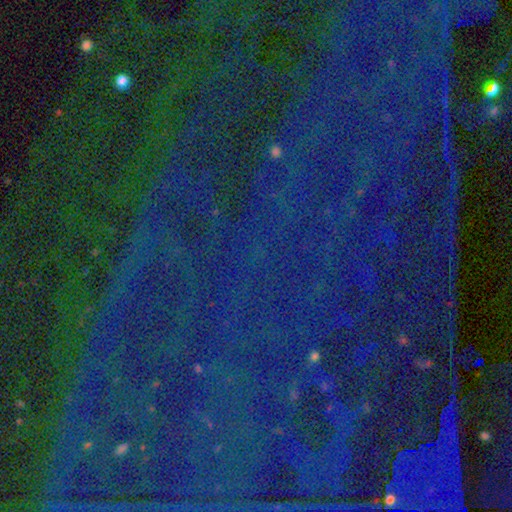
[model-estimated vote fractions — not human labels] Q: Smooth or featured?
A: star or artifact (85%); runner-up: smooth (8%)